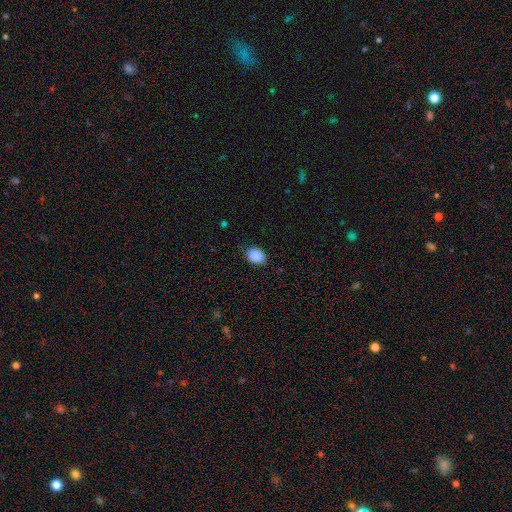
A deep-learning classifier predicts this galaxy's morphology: A smooth galaxy with no disk features (89%) that is in between round and cigar-shaped (54%). Merging: none (83%).